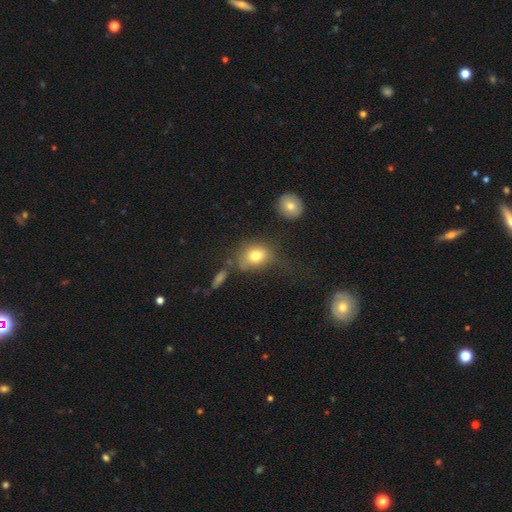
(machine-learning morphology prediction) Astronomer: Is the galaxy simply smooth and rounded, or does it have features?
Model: smooth — 77%.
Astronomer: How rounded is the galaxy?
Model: round — 50% (runner-up: in between, 48%).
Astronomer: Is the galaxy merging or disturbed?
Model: none — 50%.